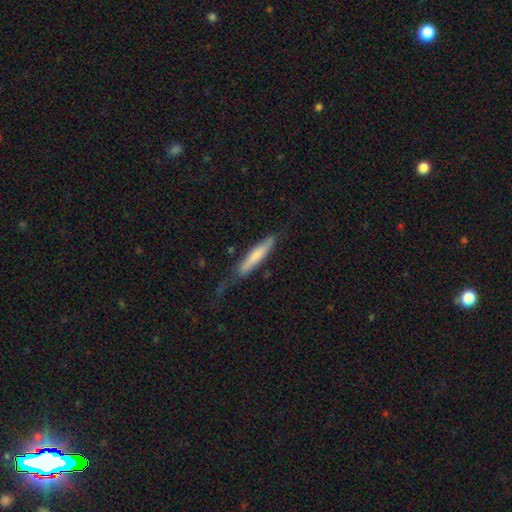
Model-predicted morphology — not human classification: A smooth galaxy with no disk features (65%) that is cigar-shaped (91%). Merging: none (61%).